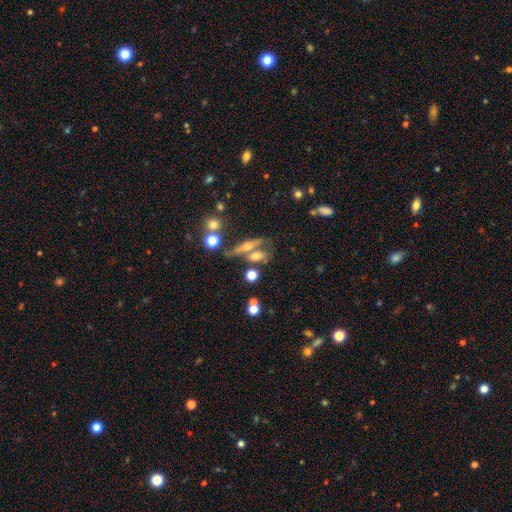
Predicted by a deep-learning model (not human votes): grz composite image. It shows a featured or disk galaxy (48%). Merging: none (44%).